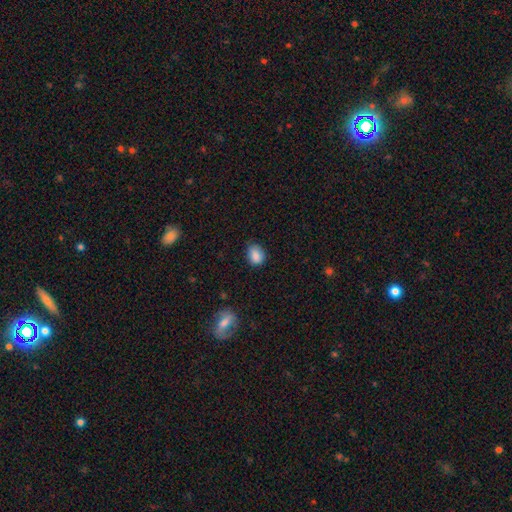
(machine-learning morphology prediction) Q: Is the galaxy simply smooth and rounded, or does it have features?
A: smooth — 86%.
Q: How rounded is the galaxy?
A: in between — 63%.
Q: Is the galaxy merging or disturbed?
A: none — 69%.